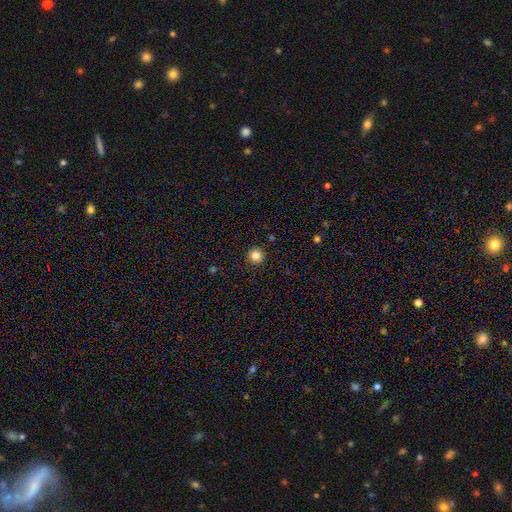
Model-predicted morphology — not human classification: A smooth galaxy with no disk features (84%) that is round (96%).

Vote fractions:
- Smooth or featured? smooth: 84% / star or artifact: 12% / featured or disk: 5%
- How rounded? round: 96% / in between: 3% / cigar-shaped: 1%
- Merging? none: 93% / minor disturbance: 5% / major disturbance: 2% / merger: 1%